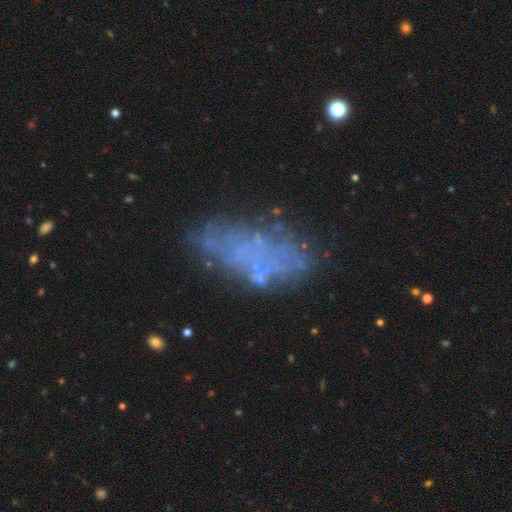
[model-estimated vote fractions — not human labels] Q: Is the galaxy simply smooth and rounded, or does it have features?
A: featured or disk — 51%.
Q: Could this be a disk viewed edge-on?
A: no — 94%.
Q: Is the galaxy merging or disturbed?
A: none — 59%.